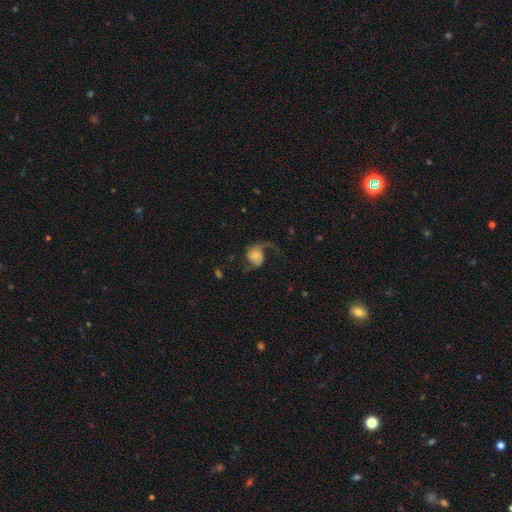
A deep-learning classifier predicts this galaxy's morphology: The model was most divided on "bulge size": small: 47%, moderate: 39%, large: 6%, none: 5%, dominant: 3%. Remaining: edge-on disk — no (98%); spiral arms — yes (89%); bar — no (69%); smooth or featured — featured or disk (67%); spiral winding — loose (65%); spiral arm count — 2 (64%); merging — none (45%).